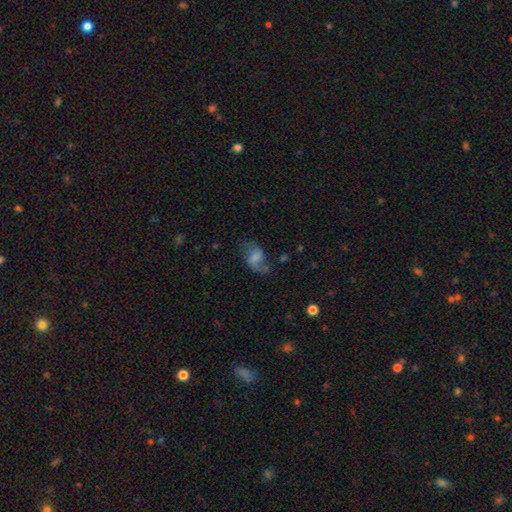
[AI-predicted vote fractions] A featured or disk galaxy (56%) with a weak bar (49%), spiral arms (83%) and a small central bulge (30%).

Vote fractions:
- Smooth or featured? featured or disk: 56% / smooth: 34% / star or artifact: 11%
- Edge-on disk? no: 95% / yes: 5%
- Bar? weak: 49% / no: 28% / strong: 23%
- Spiral arms? yes: 83% / no: 17%
- Bulge size? small: 30% / moderate: 29% / none: 28% / large: 11% / dominant: 2%
- Merging? none: 65% / minor disturbance: 20% / major disturbance: 12% / merger: 3%